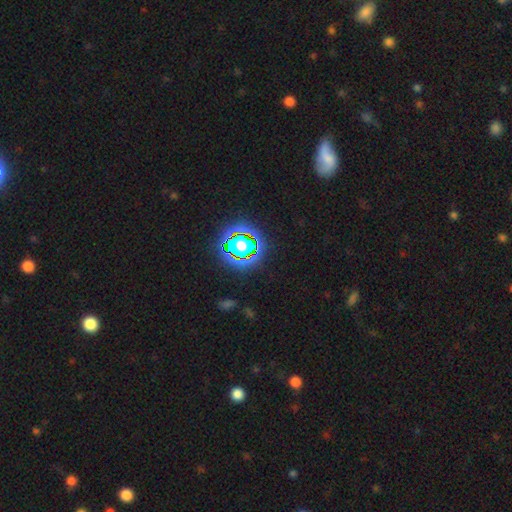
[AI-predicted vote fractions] star or artifact 77%, smooth 15%, featured or disk 8%.